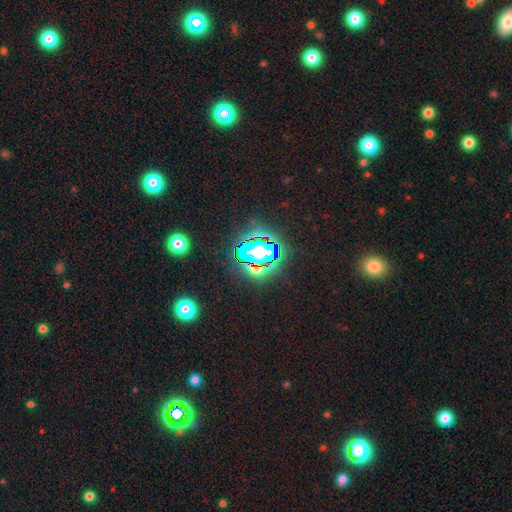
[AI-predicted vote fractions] Overall: star or artifact (65%).